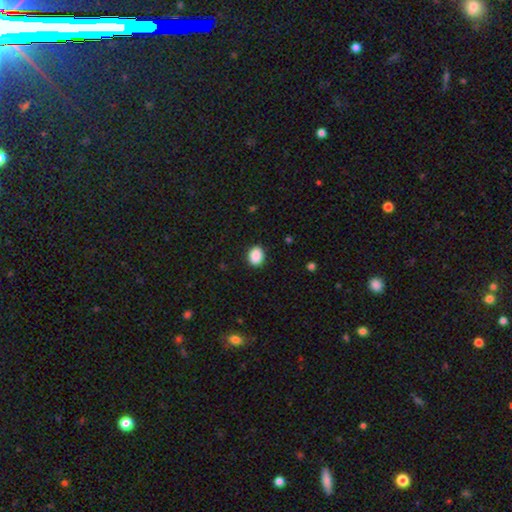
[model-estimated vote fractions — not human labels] Morphology: type=smooth (89%); roundness=in between (52%); merging=none (89%).